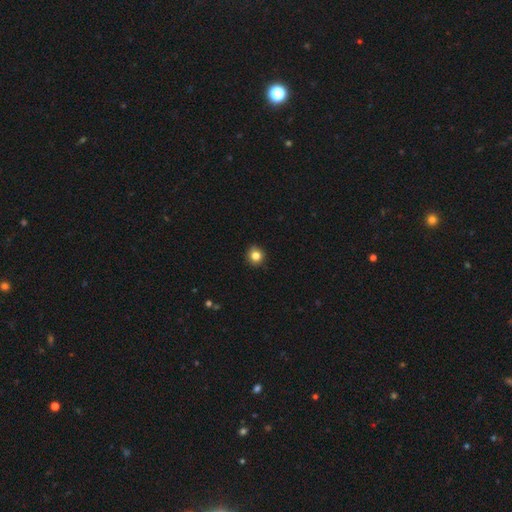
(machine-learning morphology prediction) smooth-or-featured: smooth: 83% | star or artifact: 11% | featured or disk: 6%
  how-rounded: round: 92% | in between: 7% | cigar-shaped: 1%
  merging: none: 90% | minor disturbance: 7% | major disturbance: 2% | merger: 1%